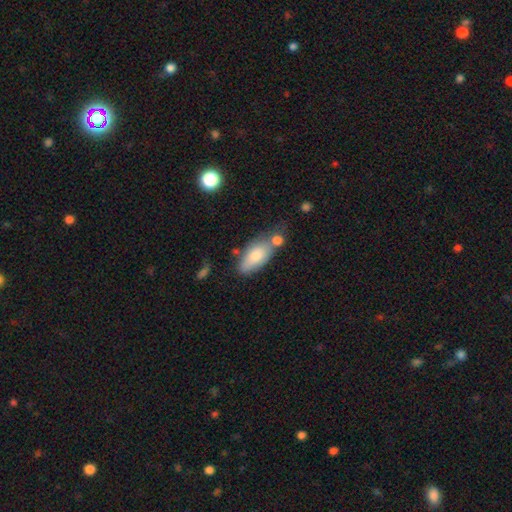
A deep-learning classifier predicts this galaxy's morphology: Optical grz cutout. It shows a smooth galaxy with no disk features (78%) that is in between round and cigar-shaped (87%). Merging: none (50%).